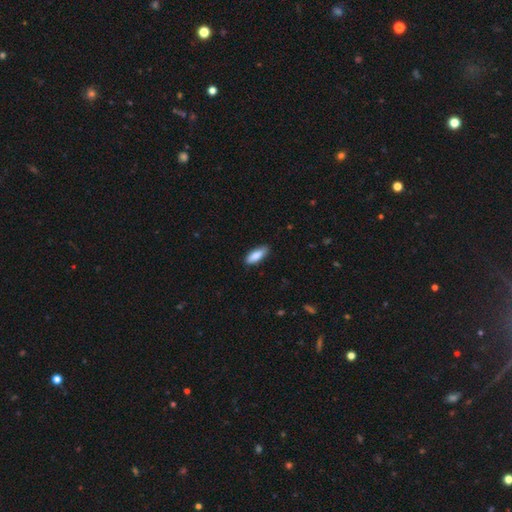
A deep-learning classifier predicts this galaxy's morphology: smooth-or-featured: smooth: 88% | featured or disk: 7% | star or artifact: 6%
  how-rounded: in between: 69% | cigar-shaped: 30% | round: 2%
  merging: none: 86% | minor disturbance: 11% | major disturbance: 2% | merger: 1%